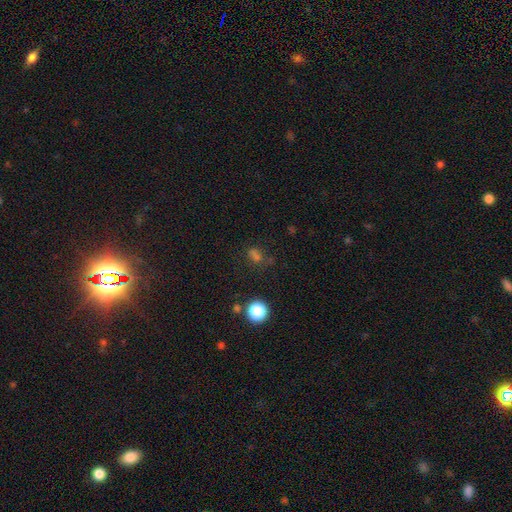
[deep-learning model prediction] smooth 56%, star or artifact 34%, featured or disk 10%. Down the decision tree: how rounded — round (56%); merging — none (61%).